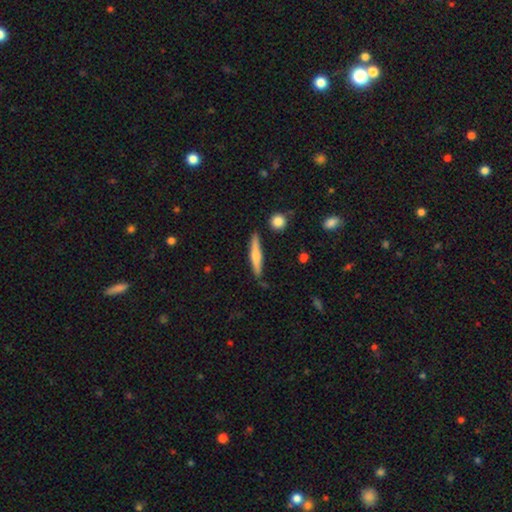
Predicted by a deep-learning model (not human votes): smooth-or-featured: featured or disk: 50% | smooth: 44% | star or artifact: 6%
  merging: none: 85% | minor disturbance: 10% | merger: 3% | major disturbance: 2%